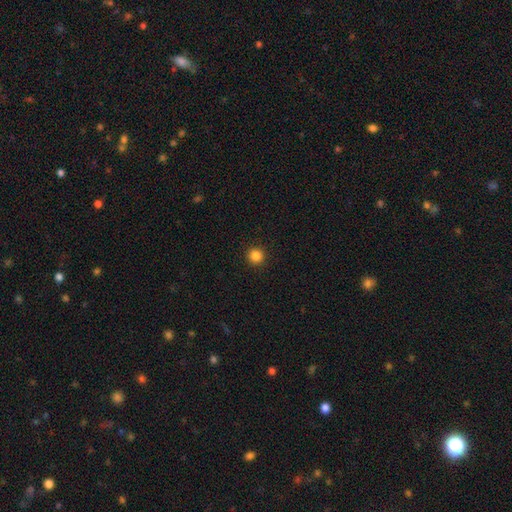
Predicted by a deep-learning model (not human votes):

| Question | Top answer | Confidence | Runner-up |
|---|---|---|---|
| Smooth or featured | smooth | 85% | star or artifact (11%) |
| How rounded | round | 95% | in between (4%) |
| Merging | none | 93% | minor disturbance (4%) |